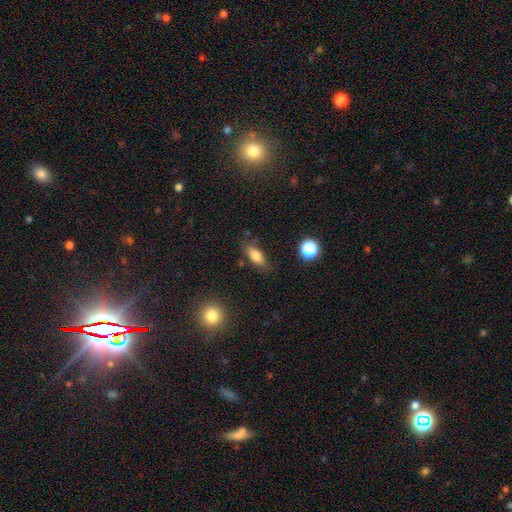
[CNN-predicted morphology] Smooth or featured?
  - smooth: 76% *
  - featured or disk: 14%
  - star or artifact: 9%
How rounded?
  - in between: 75% *
  - cigar-shaped: 20%
  - round: 5%
Merging?
  - none: 75% *
  - minor disturbance: 17%
  - major disturbance: 5%
  - merger: 3%